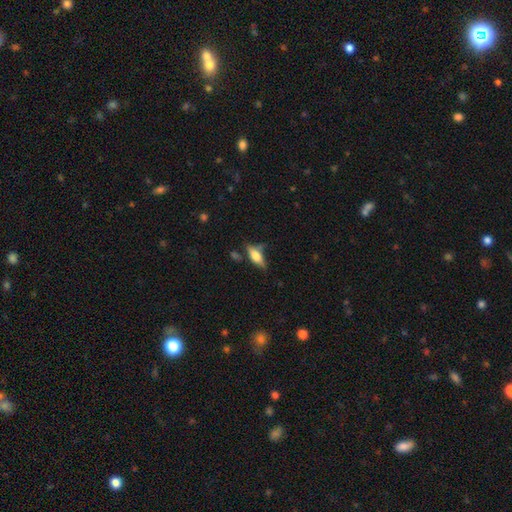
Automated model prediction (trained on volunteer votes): Smooth or featured? smooth (59%)
How rounded? in between (67%)
Merging? none (57%)